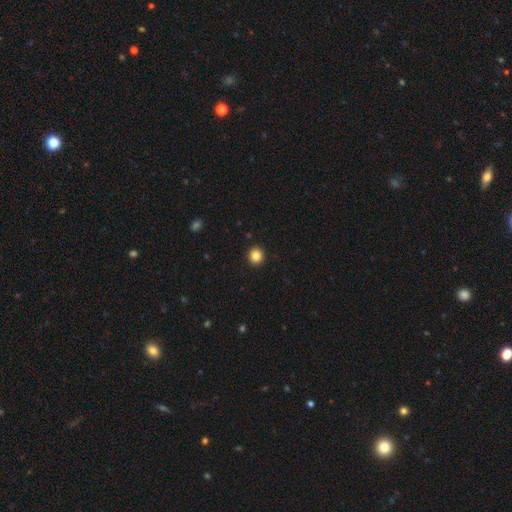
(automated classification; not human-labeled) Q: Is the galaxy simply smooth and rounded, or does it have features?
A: smooth — 85%.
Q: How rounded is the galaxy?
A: round — 90%.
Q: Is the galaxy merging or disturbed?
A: none — 93%.